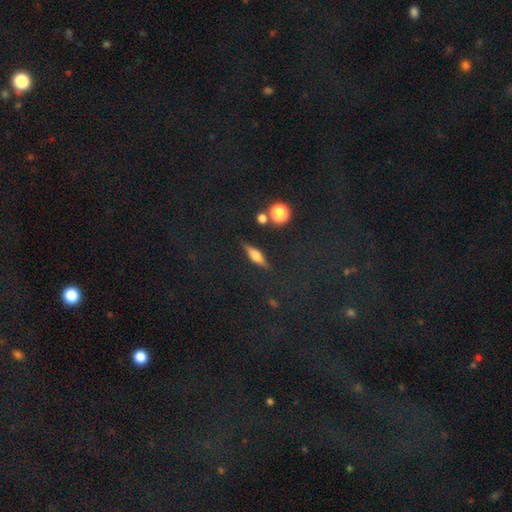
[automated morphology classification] smooth_or_featured: featured or disk (p=0.51) [alt: smooth p=0.38]
disk_edge_on: yes (p=0.92) [alt: no p=0.08]
merging: none (p=0.85) [alt: minor disturbance p=0.10]